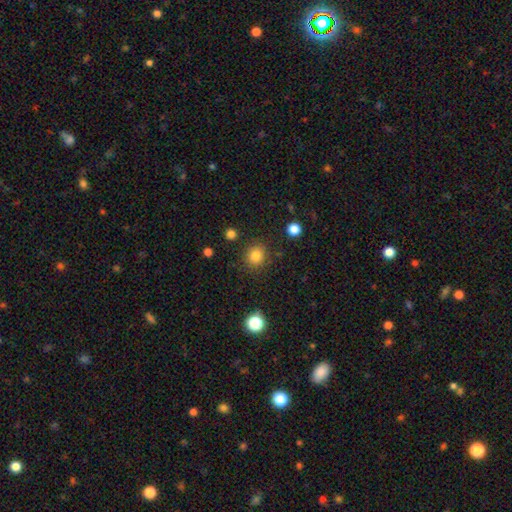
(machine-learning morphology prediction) Overall: smooth (83%). How rounded: round (86%). Merging: none (86%).